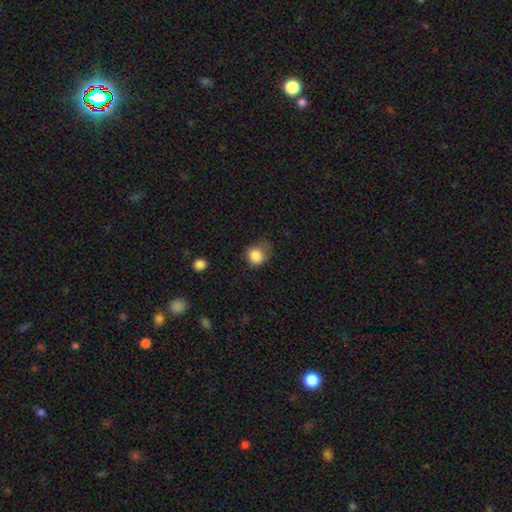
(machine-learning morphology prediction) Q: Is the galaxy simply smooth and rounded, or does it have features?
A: smooth — 85%.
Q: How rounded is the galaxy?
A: round — 76%.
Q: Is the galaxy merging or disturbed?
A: none — 49%.